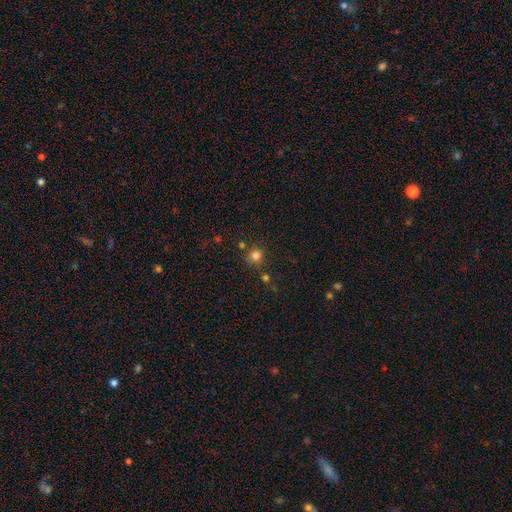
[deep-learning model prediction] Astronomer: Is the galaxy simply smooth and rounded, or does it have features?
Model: smooth — 79%.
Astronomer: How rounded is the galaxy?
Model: round — 92%.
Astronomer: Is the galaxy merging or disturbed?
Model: none — 79%.